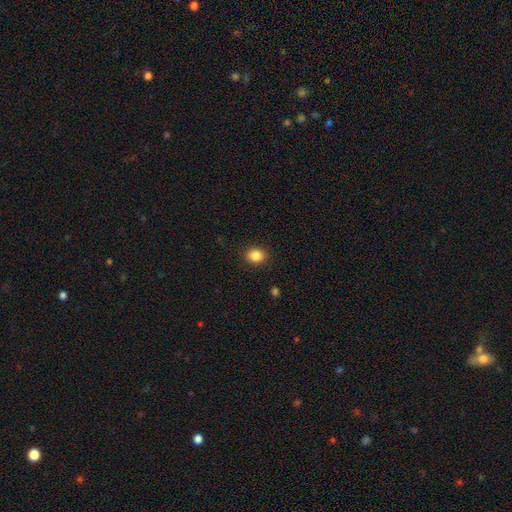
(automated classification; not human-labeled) Smooth or featured? Predicted: smooth (p=0.86). How rounded? Predicted: round (p=0.68). Merging? Predicted: none (p=0.90).